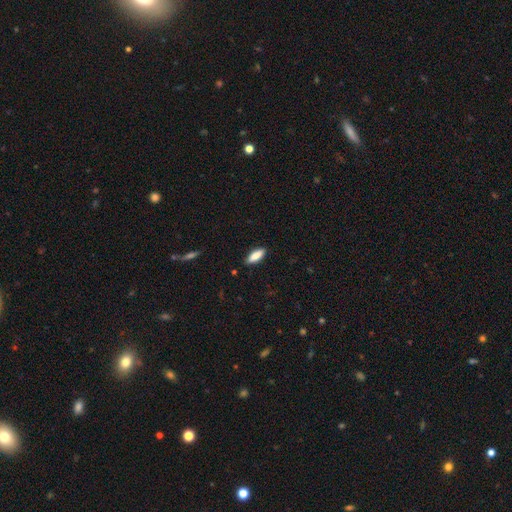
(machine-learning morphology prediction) Q: Smooth or featured?
A: smooth (82%); runner-up: featured or disk (12%)
Q: How rounded?
A: in between (61%); runner-up: cigar-shaped (37%)
Q: Merging?
A: none (87%); runner-up: minor disturbance (10%)